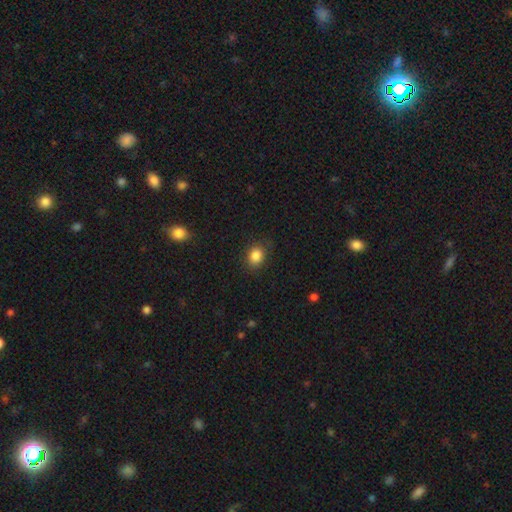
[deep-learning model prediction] Smooth or featured?
  - smooth: 86% *
  - star or artifact: 10%
  - featured or disk: 5%
How rounded?
  - in between: 52% *
  - round: 47%
  - cigar-shaped: 1%
Merging?
  - none: 84% *
  - minor disturbance: 12%
  - major disturbance: 3%
  - merger: 1%